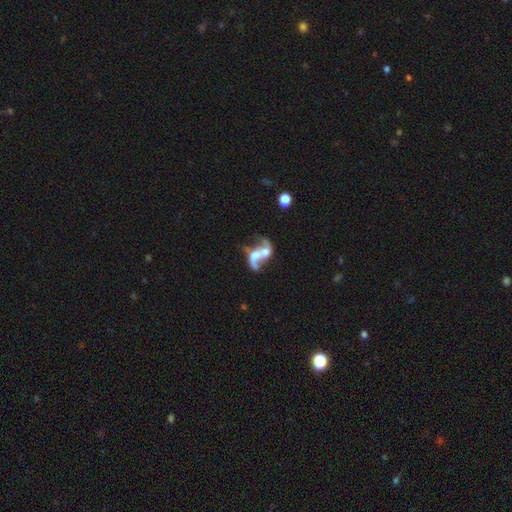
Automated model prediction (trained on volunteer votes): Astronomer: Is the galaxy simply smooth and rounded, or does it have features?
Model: featured or disk — 63%.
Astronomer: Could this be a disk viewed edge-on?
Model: no — 96%.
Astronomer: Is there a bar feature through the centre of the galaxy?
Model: no — 70%.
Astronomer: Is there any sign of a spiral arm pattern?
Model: yes — 56% (runner-up: no, 44%).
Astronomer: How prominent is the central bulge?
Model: moderate — 31% (runner-up: none, 29%).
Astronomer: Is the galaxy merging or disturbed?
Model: merger — 64%.